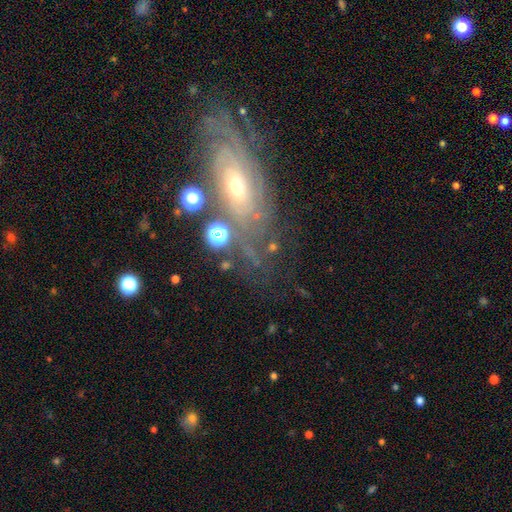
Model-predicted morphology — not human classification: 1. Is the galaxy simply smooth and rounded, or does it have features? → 77% featured or disk, 12% smooth, 11% star or artifact.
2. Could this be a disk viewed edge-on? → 86% no, 14% yes.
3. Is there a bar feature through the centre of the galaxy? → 69% no, 23% weak, 8% strong.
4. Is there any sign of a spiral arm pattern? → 89% yes, 11% no.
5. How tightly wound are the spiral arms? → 75% tight, 19% medium, 6% loose.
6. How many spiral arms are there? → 56% can't tell, 13% 2, 10% 3, 9% 4, 7% more than 4, 5% 1.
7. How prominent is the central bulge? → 57% small, 38% moderate, 2% large, 1% none, 1% dominant.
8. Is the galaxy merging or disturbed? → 74% none, 16% minor disturbance, 7% major disturbance, 4% merger.